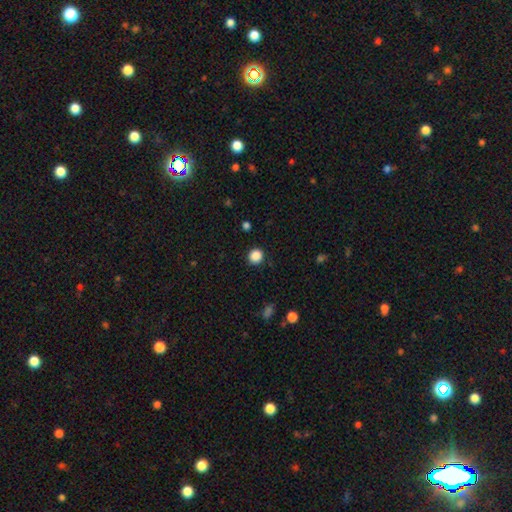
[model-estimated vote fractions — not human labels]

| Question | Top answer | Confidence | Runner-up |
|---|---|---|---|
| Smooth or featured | smooth | 87% | star or artifact (10%) |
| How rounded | round | 91% | in between (8%) |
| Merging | none | 91% | minor disturbance (6%) |